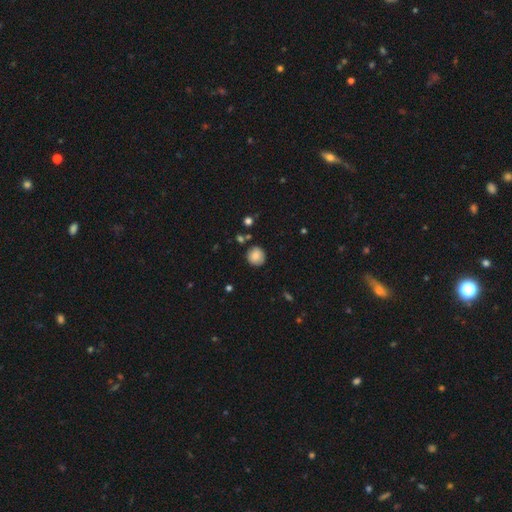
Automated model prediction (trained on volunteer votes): Morphology: type=smooth (85%); roundness=round (90%); merging=none (83%).